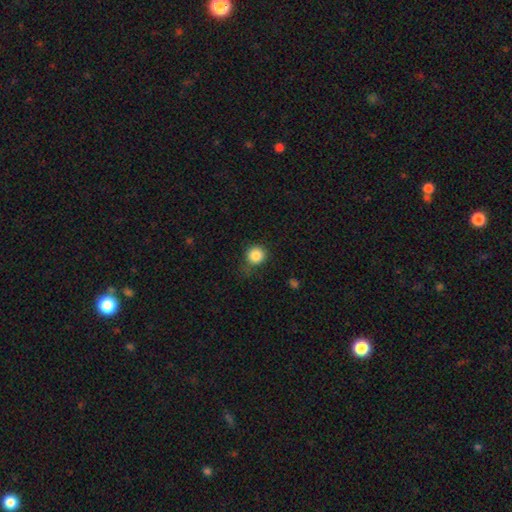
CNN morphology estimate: A smooth galaxy with no disk features (85%) that is round (92%). Merging: none (73%).